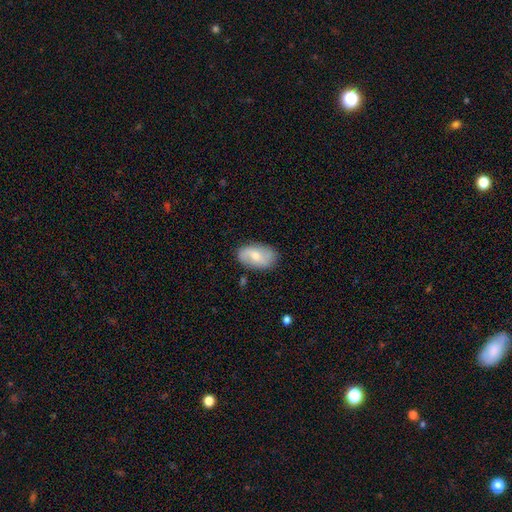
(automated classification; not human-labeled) Q: Smooth or featured?
A: smooth (54%); runner-up: featured or disk (39%)
Q: How rounded?
A: in between (90%); runner-up: round (8%)
Q: Merging?
A: none (80%); runner-up: minor disturbance (15%)